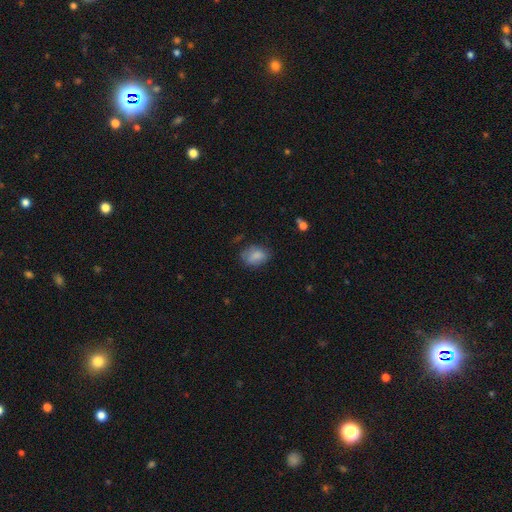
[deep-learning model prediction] Smooth or featured?
  - smooth: 78% *
  - featured or disk: 13%
  - star or artifact: 9%
How rounded?
  - in between: 77% *
  - round: 22%
  - cigar-shaped: 1%
Merging?
  - none: 63% *
  - minor disturbance: 26%
  - major disturbance: 9%
  - merger: 2%